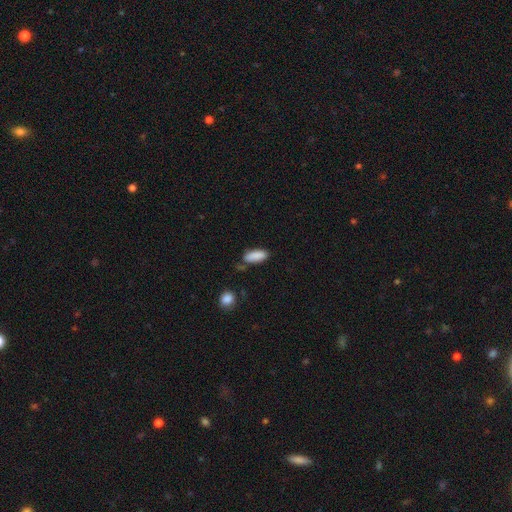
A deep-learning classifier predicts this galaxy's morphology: Q: Smooth or featured?
A: smooth (88%); runner-up: star or artifact (7%)
Q: How rounded?
A: in between (76%); runner-up: cigar-shaped (23%)
Q: Merging?
A: none (70%); runner-up: minor disturbance (20%)